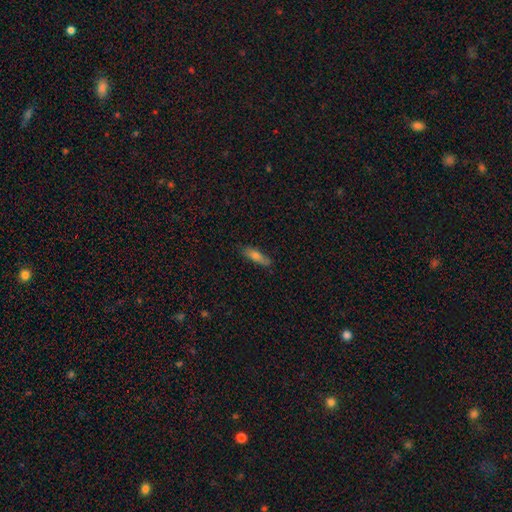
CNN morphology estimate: Overall: smooth (69%). How rounded: cigar-shaped (62%; in between 35%). Merging: none (79%).